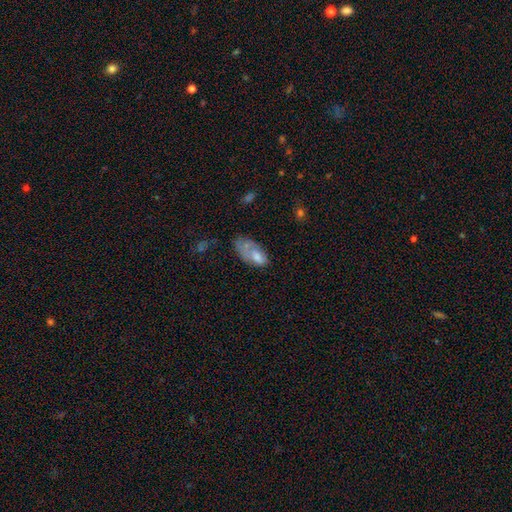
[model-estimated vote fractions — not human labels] Q: Smooth or featured?
A: smooth (67%); runner-up: featured or disk (25%)
Q: How rounded?
A: in between (91%); runner-up: cigar-shaped (5%)
Q: Merging?
A: minor disturbance (30%); tied with: major disturbance (30%)